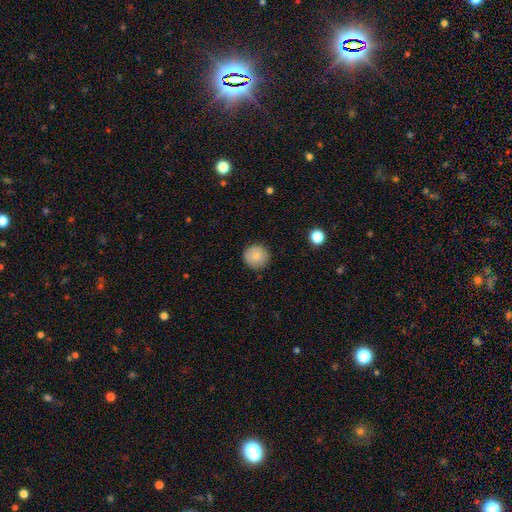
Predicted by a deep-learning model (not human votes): A smooth galaxy with no disk features (80%) that is round (94%).

Vote fractions:
- Smooth or featured? smooth: 80% / featured or disk: 11% / star or artifact: 8%
- How rounded? round: 94% / in between: 5% / cigar-shaped: 1%
- Merging? none: 87% / minor disturbance: 10% / major disturbance: 2% / merger: 1%